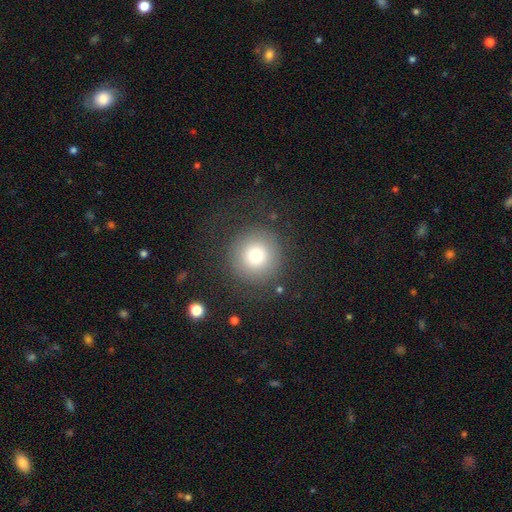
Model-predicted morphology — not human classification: The model was most divided on "smooth or featured": smooth: 75%, star or artifact: 13%, featured or disk: 12%. More confident: how rounded — round (95%); merging — none (81%).